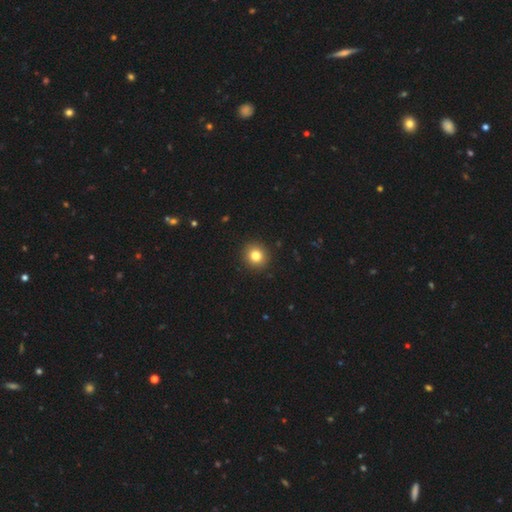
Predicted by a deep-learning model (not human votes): Smooth or featured? smooth (82%)
How rounded? round (91%)
Merging? none (92%)